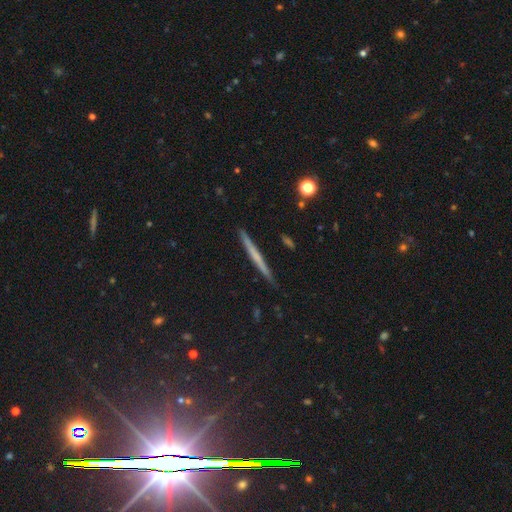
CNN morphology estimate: Smooth or featured?
  - featured or disk: 49% *
  - smooth: 42%
  - star or artifact: 9%
Merging?
  - none: 91% *
  - minor disturbance: 7%
  - major disturbance: 1%
  - merger: 1%